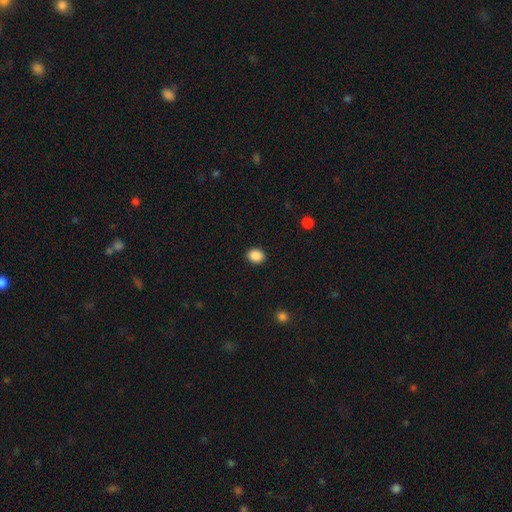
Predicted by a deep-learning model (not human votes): Smooth or featured: smooth — 89% (star or artifact — 9%)
How rounded: round — 60% (in between — 40%)
Merging: none — 91% (minor disturbance — 6%)